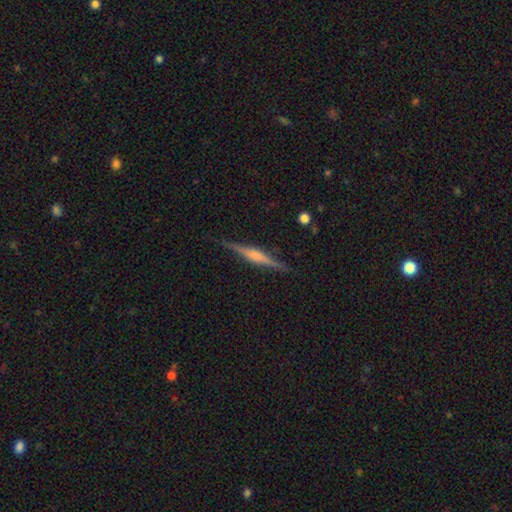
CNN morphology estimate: Smooth or featured?
  - featured or disk: 77% *
  - smooth: 17%
  - star or artifact: 7%
Edge-on disk?
  - yes: 98% *
  - no: 2%
Edge-on bulge?
  - rounded: 64% *
  - boxy: 26%
  - none: 11%
Merging?
  - none: 89% *
  - minor disturbance: 8%
  - major disturbance: 2%
  - merger: 1%